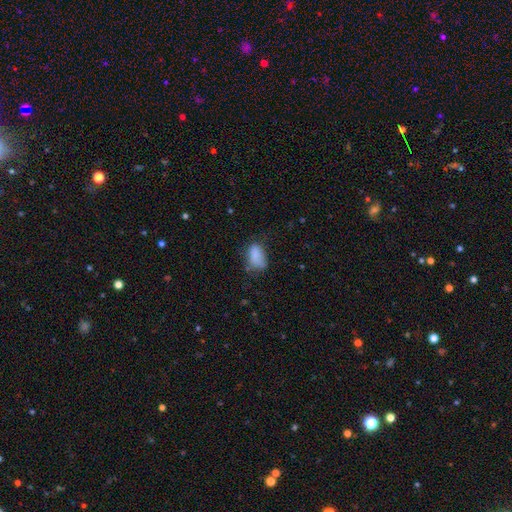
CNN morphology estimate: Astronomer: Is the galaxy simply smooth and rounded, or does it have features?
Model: smooth — 82%.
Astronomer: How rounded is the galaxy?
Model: in between — 91%.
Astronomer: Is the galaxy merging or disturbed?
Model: none — 48% (runner-up: minor disturbance, 34%).